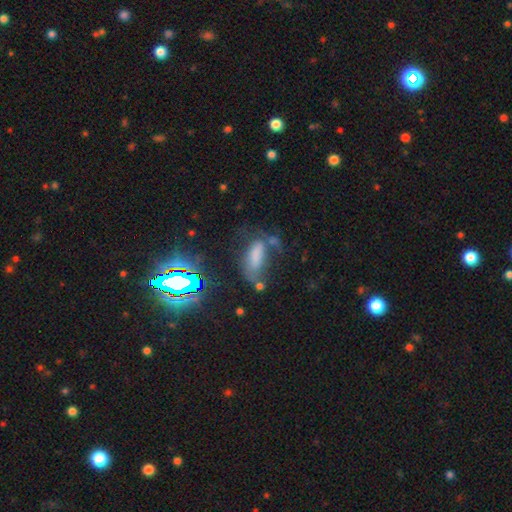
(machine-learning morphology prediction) Overall: smooth (58%; star or artifact 22%). How rounded: in between (73%). Merging: none (38%; minor disturbance 25%).